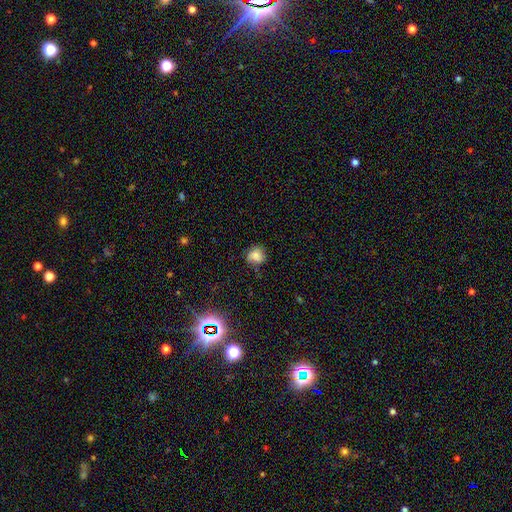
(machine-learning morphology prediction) Overall: smooth (79%). How rounded: round (75%). Merging: none (66%).